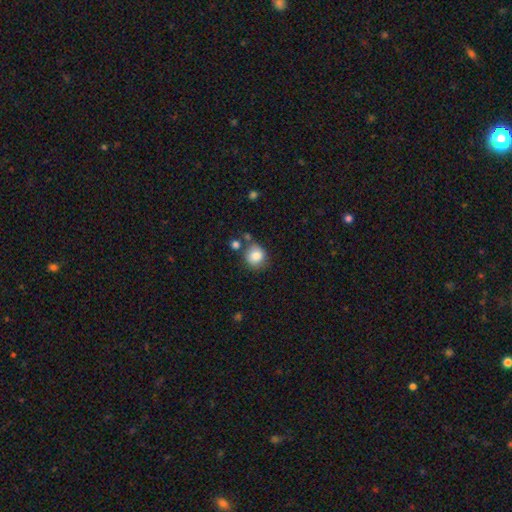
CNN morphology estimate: type=smooth (84%); roundness=round (84%); merging=none (66%).